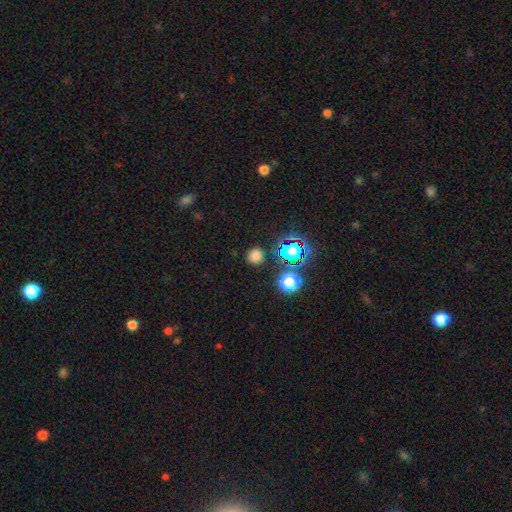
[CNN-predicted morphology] This appears to be a smooth galaxy with no disk features (70%) that is round (91%). Merging: none (86%).